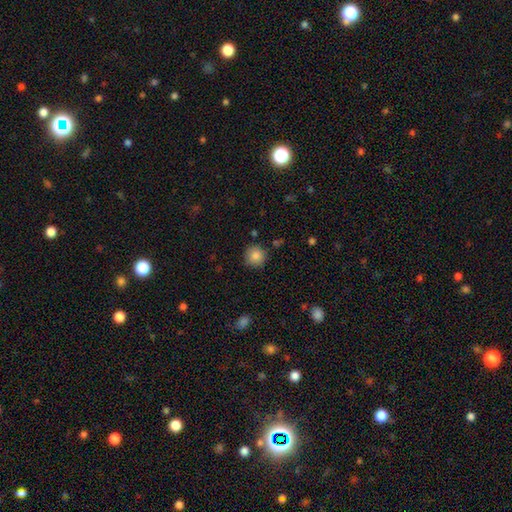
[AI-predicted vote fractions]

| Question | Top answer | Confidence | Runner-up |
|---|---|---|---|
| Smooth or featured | smooth | 84% | star or artifact (9%) |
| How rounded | round | 94% | in between (5%) |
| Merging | none | 87% | minor disturbance (9%) |